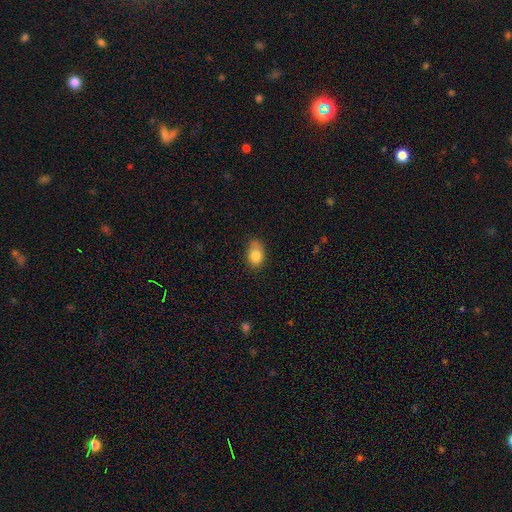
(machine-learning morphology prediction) A smooth galaxy with no disk features (82%) that is in between round and cigar-shaped (74%). Merging: none (60%).